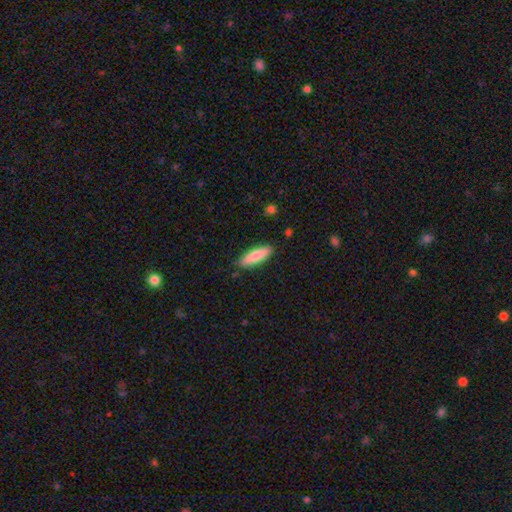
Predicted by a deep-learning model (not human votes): smooth-or-featured: smooth: 80% | featured or disk: 14% | star or artifact: 5%
  how-rounded: cigar-shaped: 52% | in between: 46% | round: 2%
  merging: none: 85% | minor disturbance: 12% | major disturbance: 2% | merger: 1%